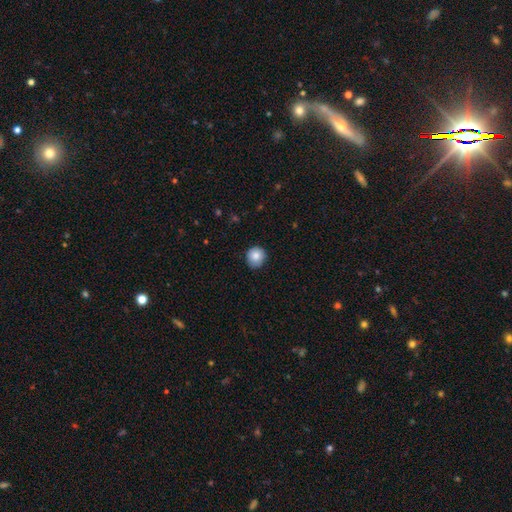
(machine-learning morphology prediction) This is clearly a smooth galaxy (84%). How rounded: clearly round (90%). Merging: clearly none (85%).